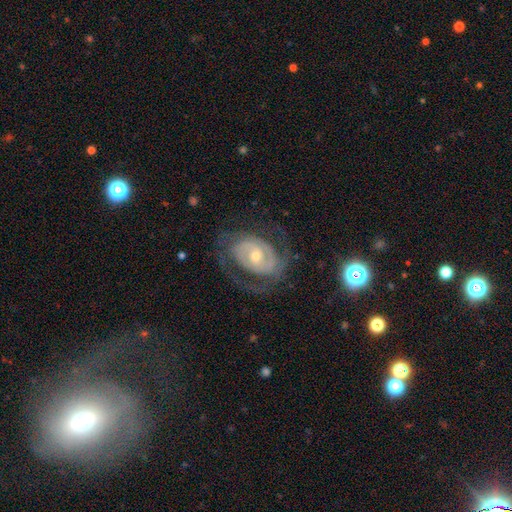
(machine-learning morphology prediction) Smooth or featured? Predicted: featured or disk (p=0.81). Edge-on disk? Predicted: no (p=0.96). Bar? Predicted: no (p=0.54). Spiral arms? Predicted: yes (p=0.83). Spiral winding? Predicted: tight (p=0.52). Spiral arm count? Predicted: 2 (p=0.55). Bulge size? Predicted: small (p=0.49). Merging? Predicted: none (p=0.64).